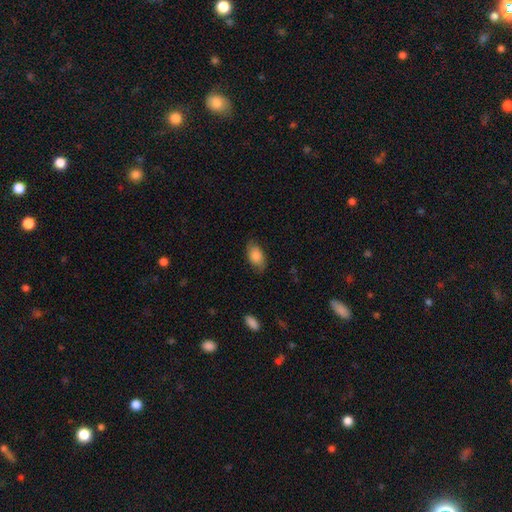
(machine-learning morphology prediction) Overall: smooth (79%). How rounded: in between (92%). Merging: none (77%).